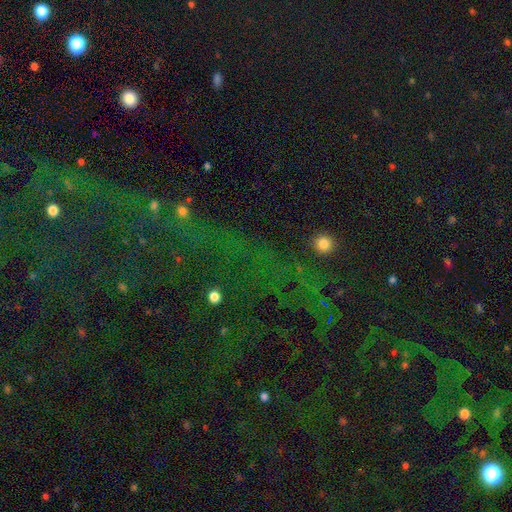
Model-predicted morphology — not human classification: Smooth or featured? star or artifact (73%)